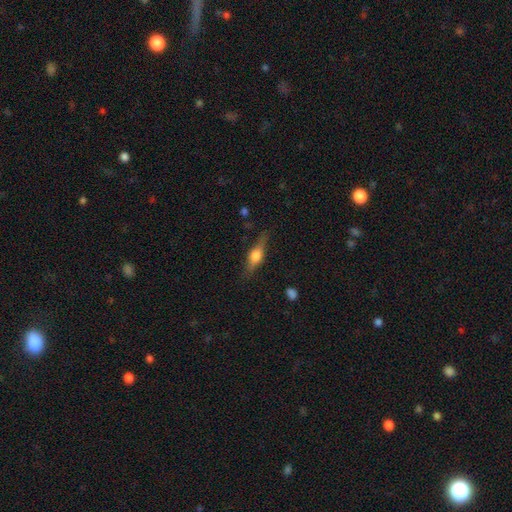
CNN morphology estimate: smooth-or-featured: featured or disk: 54% | smooth: 39% | star or artifact: 7%
  disk-edge-on: yes: 93% | no: 7%
    edge-on-bulge: rounded: 92% | boxy: 6% | none: 2%
  merging: none: 79% | minor disturbance: 15% | major disturbance: 4% | merger: 2%